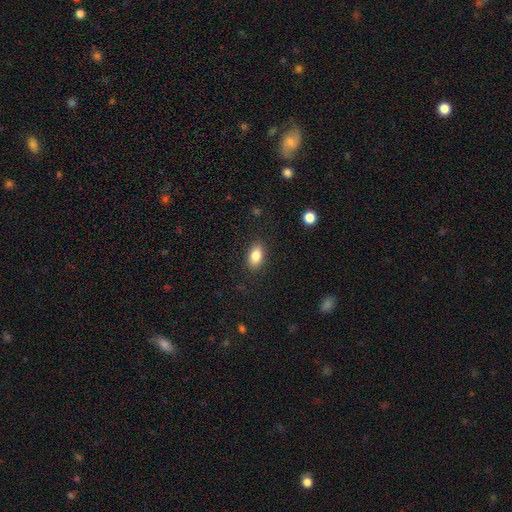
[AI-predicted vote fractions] Smooth or featured? Predicted: smooth (p=0.84). How rounded? Predicted: in between (p=0.90). Merging? Predicted: none (p=0.87).